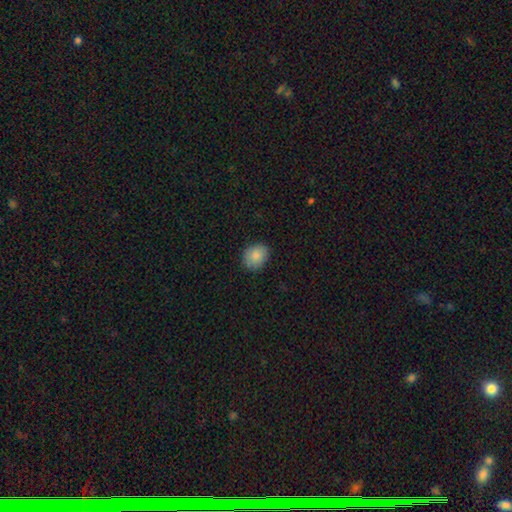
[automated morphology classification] Smooth or featured?
  - smooth: 86% *
  - star or artifact: 8%
  - featured or disk: 6%
How rounded?
  - round: 52% *
  - in between: 47%
  - cigar-shaped: 1%
Merging?
  - none: 84% *
  - minor disturbance: 13%
  - major disturbance: 3%
  - merger: 1%